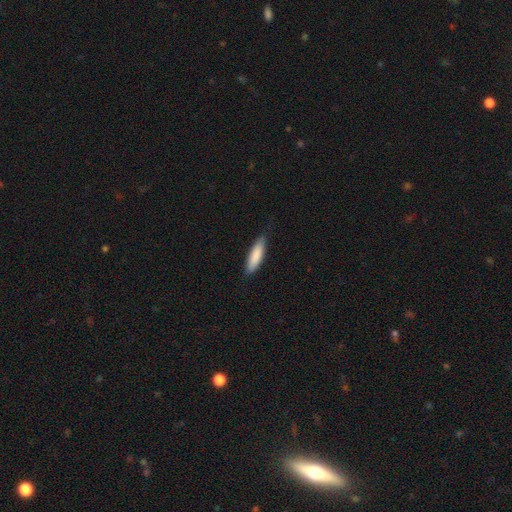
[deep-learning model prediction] Q: Smooth or featured?
A: smooth (86%); runner-up: featured or disk (9%)
Q: How rounded?
A: cigar-shaped (62%); runner-up: in between (37%)
Q: Merging?
A: none (82%); runner-up: minor disturbance (15%)